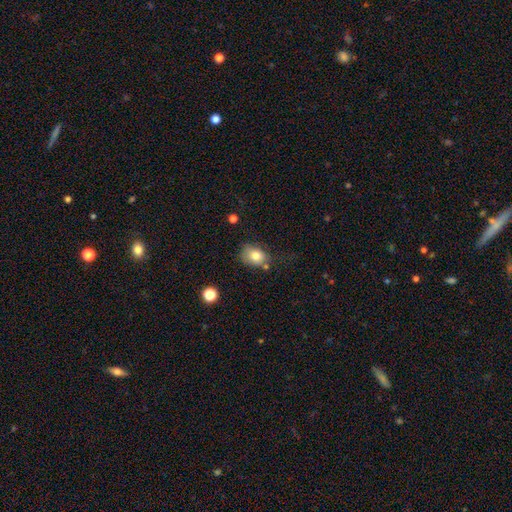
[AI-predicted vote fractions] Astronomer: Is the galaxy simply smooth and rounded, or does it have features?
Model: smooth — 79%.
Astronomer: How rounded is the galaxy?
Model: in between — 63%.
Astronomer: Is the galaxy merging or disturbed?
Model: none — 56%.